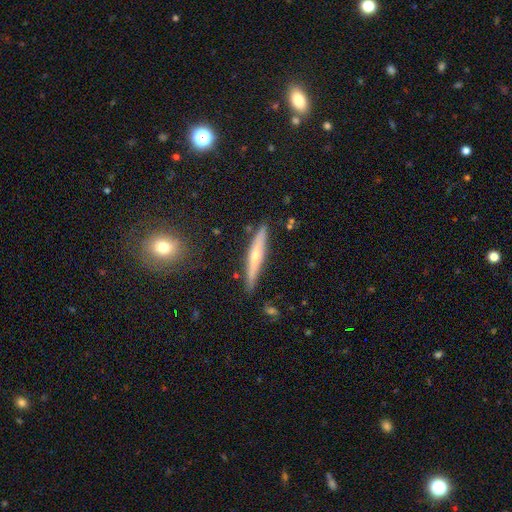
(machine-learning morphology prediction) Q: Smooth or featured?
A: featured or disk (57%); runner-up: smooth (35%)
Q: Edge-on disk?
A: yes (95%); runner-up: no (5%)
Q: Edge-on bulge?
A: rounded (78%); runner-up: none (18%)
Q: Merging?
A: none (87%); runner-up: minor disturbance (9%)